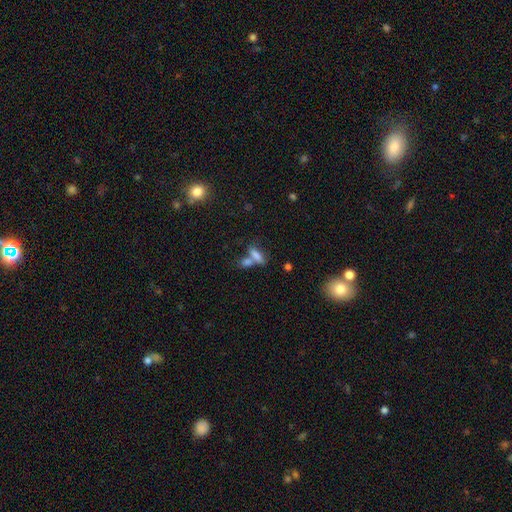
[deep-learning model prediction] Smooth or featured? smooth (72%)
How rounded? in between (55%)
Merging? merger (46%)